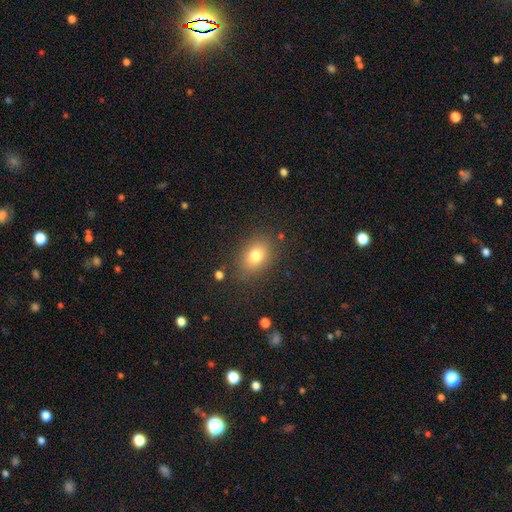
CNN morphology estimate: A smooth galaxy with no disk features (77%) that is in between round and cigar-shaped (68%).

Vote fractions:
- Smooth or featured? smooth: 77% / star or artifact: 12% / featured or disk: 11%
- How rounded? in between: 68% / round: 31% / cigar-shaped: 1%
- Merging? none: 80% / minor disturbance: 13% / major disturbance: 5% / merger: 2%